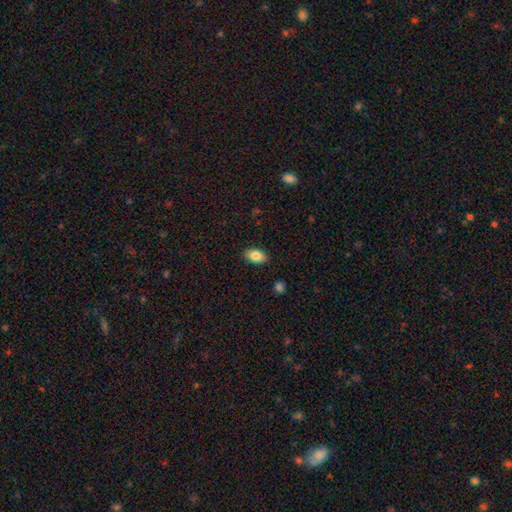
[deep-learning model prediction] Smooth or featured?
  - smooth: 84% *
  - featured or disk: 9%
  - star or artifact: 8%
How rounded?
  - in between: 91% *
  - round: 7%
  - cigar-shaped: 2%
Merging?
  - none: 88% *
  - minor disturbance: 9%
  - major disturbance: 2%
  - merger: 1%